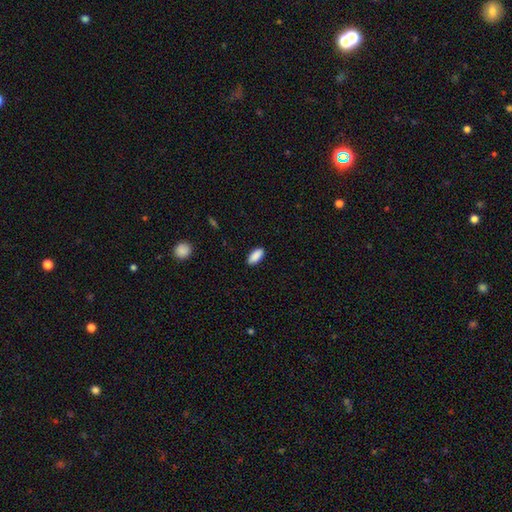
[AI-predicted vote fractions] Smooth or featured? Predicted: smooth (p=0.90). How rounded? Predicted: in between (p=0.86). Merging? Predicted: none (p=0.88).